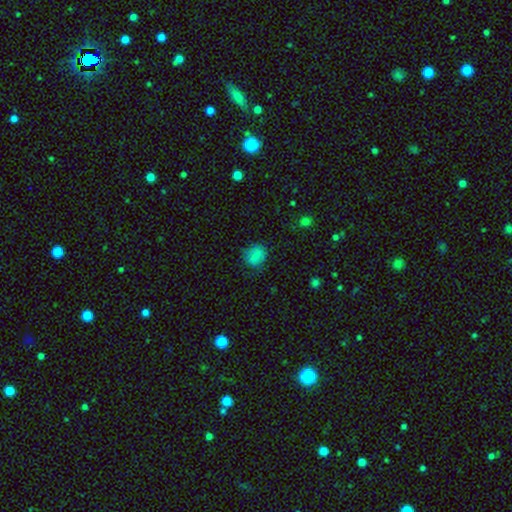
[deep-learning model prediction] Smooth or featured?
  - smooth: 82% *
  - star or artifact: 10%
  - featured or disk: 8%
How rounded?
  - round: 67% *
  - in between: 32%
  - cigar-shaped: 1%
Merging?
  - none: 74% *
  - minor disturbance: 19%
  - major disturbance: 5%
  - merger: 1%